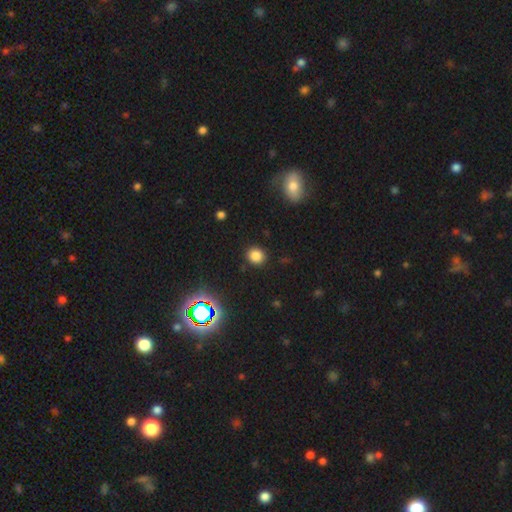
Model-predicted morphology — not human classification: A smooth galaxy with no disk features (80%) that is round (83%).

Vote fractions:
- Smooth or featured? smooth: 80% / star or artifact: 15% / featured or disk: 5%
- How rounded? round: 83% / in between: 16% / cigar-shaped: 1%
- Merging? none: 89% / minor disturbance: 7% / major disturbance: 3% / merger: 2%